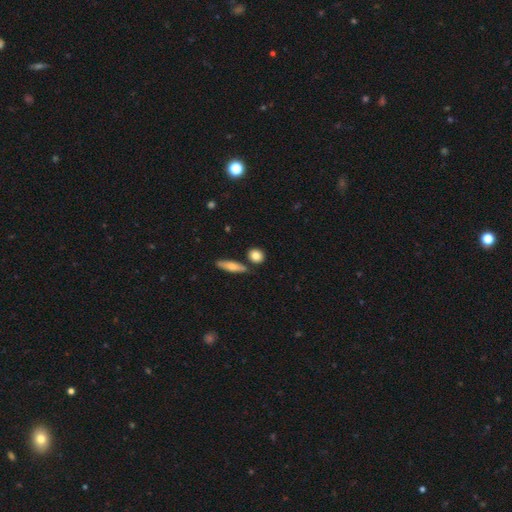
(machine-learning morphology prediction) smooth-or-featured: smooth: 83% | featured or disk: 10% | star or artifact: 7%
  how-rounded: round: 62% | in between: 32% | cigar-shaped: 7%
  merging: none: 77% | merger: 10% | minor disturbance: 10% | major disturbance: 3%